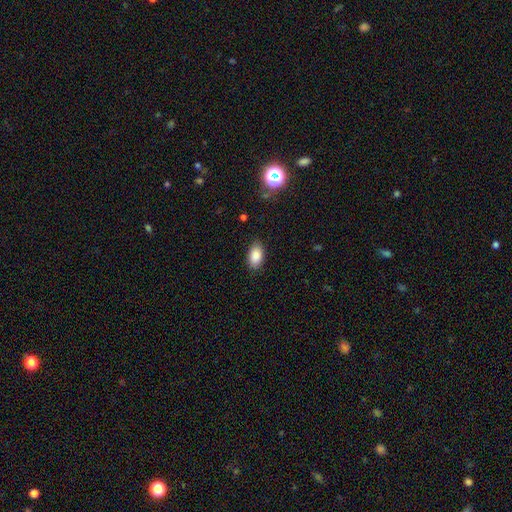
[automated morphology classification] Smooth or featured?
  - smooth: 87% *
  - star or artifact: 8%
  - featured or disk: 5%
How rounded?
  - in between: 93% *
  - round: 5%
  - cigar-shaped: 2%
Merging?
  - none: 86% *
  - minor disturbance: 11%
  - major disturbance: 3%
  - merger: 1%